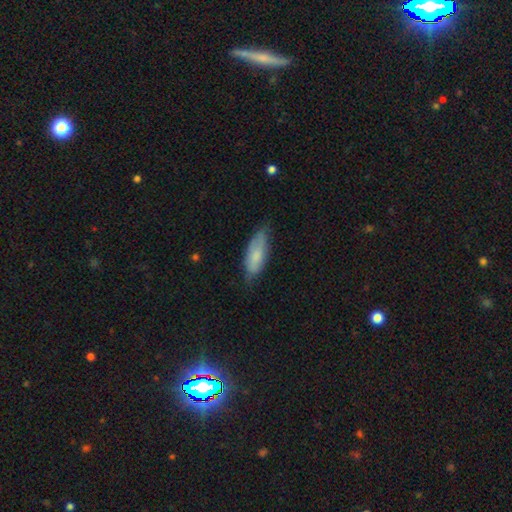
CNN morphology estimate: type=smooth (71%); roundness=in between (71%); merging=none (63%).